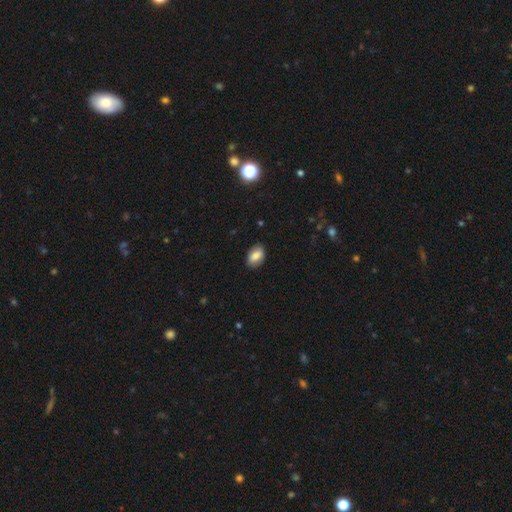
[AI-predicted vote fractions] Smooth or featured: smooth — 80% (featured or disk — 13%)
How rounded: in between — 88% (round — 11%)
Merging: none — 83% (minor disturbance — 13%)